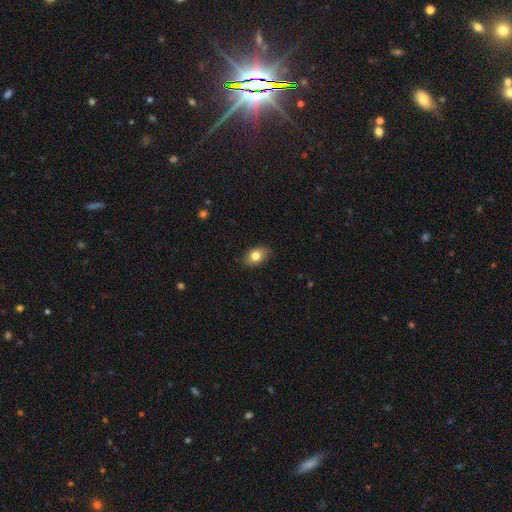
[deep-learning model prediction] Smooth or featured? smooth (81%)
How rounded? in between (84%)
Merging? none (86%)